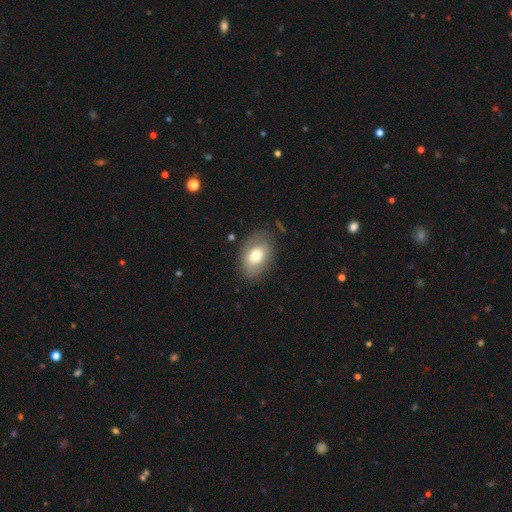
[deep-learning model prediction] smooth-or-featured: smooth: 71% | featured or disk: 21% | star or artifact: 8%
  how-rounded: in between: 83% | round: 15% | cigar-shaped: 1%
  merging: none: 76% | minor disturbance: 16% | major disturbance: 6% | merger: 2%